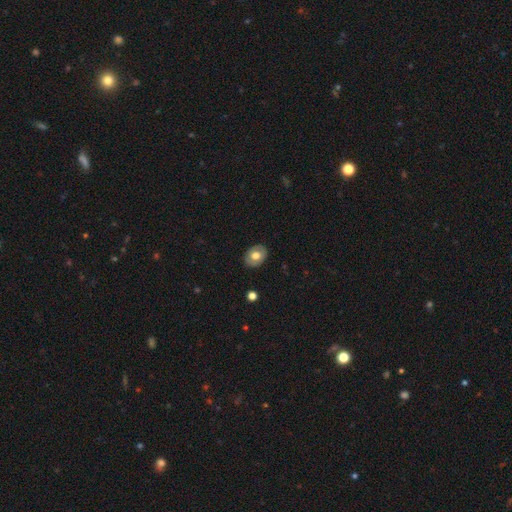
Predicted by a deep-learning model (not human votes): This is likely a smooth galaxy (65%). How rounded: likely in between (65%). Merging: clearly none (87%).